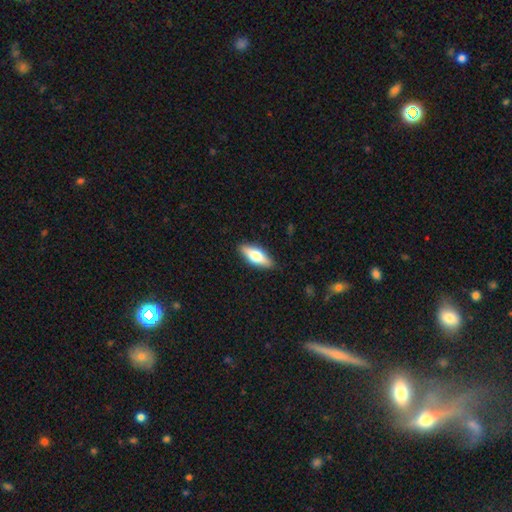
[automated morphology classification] smooth 56%, featured or disk 38%, star or artifact 6%. Down the decision tree: how rounded — in between (64%); merging — none (88%).